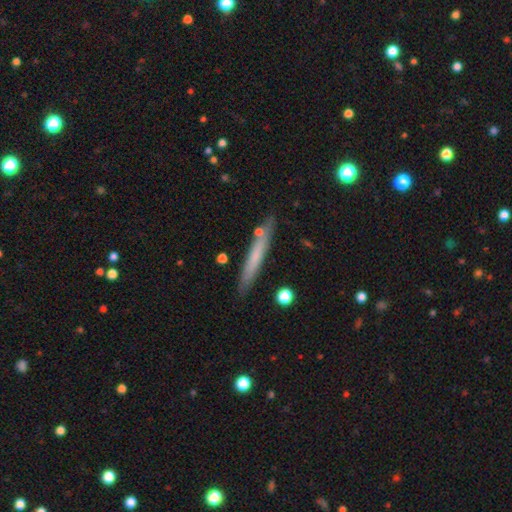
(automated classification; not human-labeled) Smooth or featured? smooth (59%)
How rounded? cigar-shaped (95%)
Merging? none (84%)